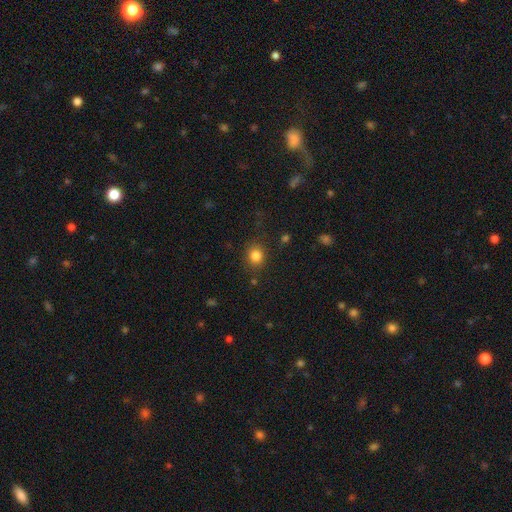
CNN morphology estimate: A smooth galaxy with no disk features (83%) that is round (74%).

Vote fractions:
- Smooth or featured? smooth: 83% / star or artifact: 12% / featured or disk: 5%
- How rounded? round: 74% / in between: 25% / cigar-shaped: 1%
- Merging? none: 84% / minor disturbance: 10% / major disturbance: 4% / merger: 2%